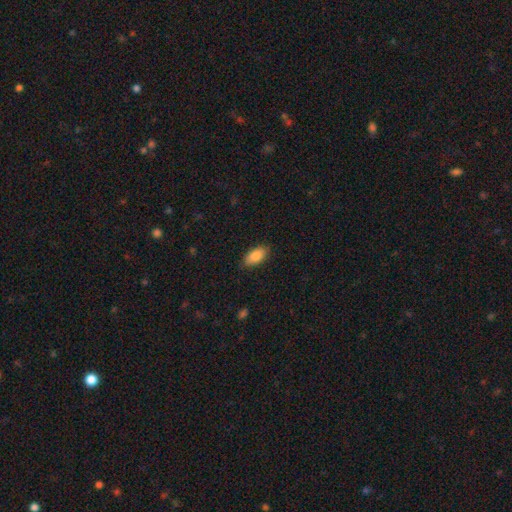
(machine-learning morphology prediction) The model was most divided on "merging": none: 86%, minor disturbance: 10%, major disturbance: 2%, merger: 1%. More confident: how rounded — in between (91%); smooth or featured — smooth (86%).